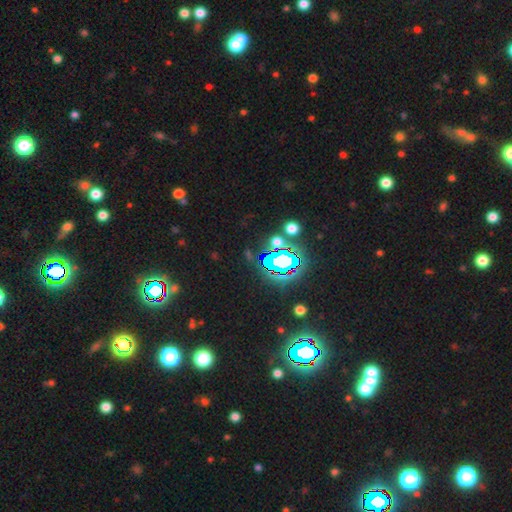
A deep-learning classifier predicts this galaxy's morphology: Overall: star or artifact (79%).